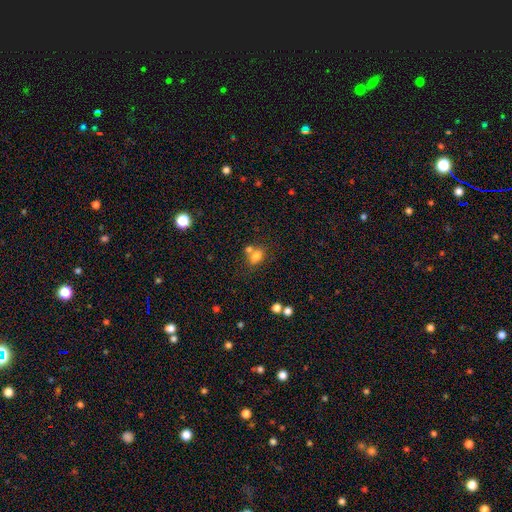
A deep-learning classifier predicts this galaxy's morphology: smooth_or_featured: smooth (p=0.76) [alt: star or artifact p=0.13]
how_rounded: in between (p=0.74) [alt: round p=0.24]
merging: none (p=0.46) [alt: merger p=0.37]